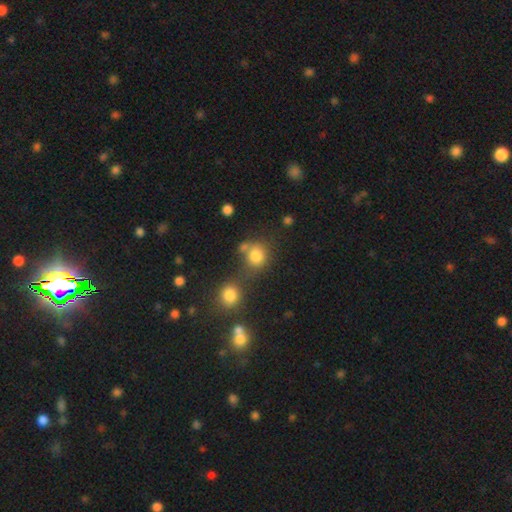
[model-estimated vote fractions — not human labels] Smooth or featured? Predicted: smooth (p=0.79). How rounded? Predicted: round (p=0.79). Merging? Predicted: none (p=0.52).